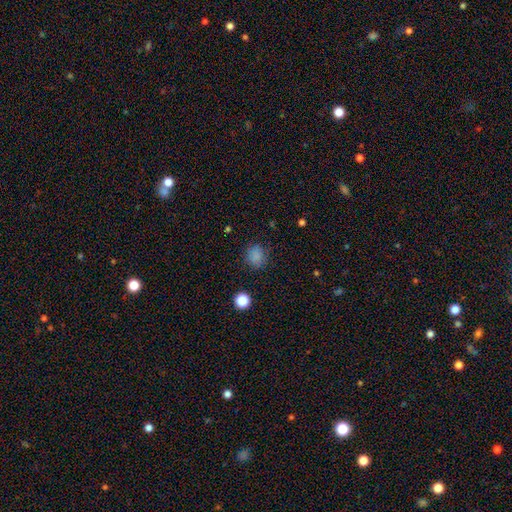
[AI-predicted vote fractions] Morphology: type=smooth (80%); roundness=round (81%); merging=none (82%).